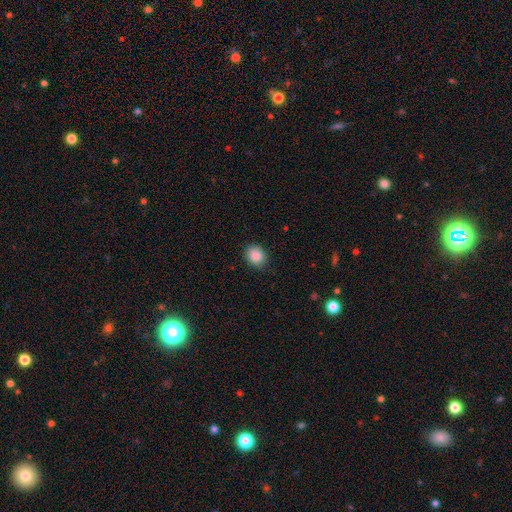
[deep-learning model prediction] Q: Smooth or featured?
A: smooth (88%); runner-up: star or artifact (8%)
Q: How rounded?
A: round (58%); runner-up: in between (42%)
Q: Merging?
A: none (87%); runner-up: minor disturbance (10%)